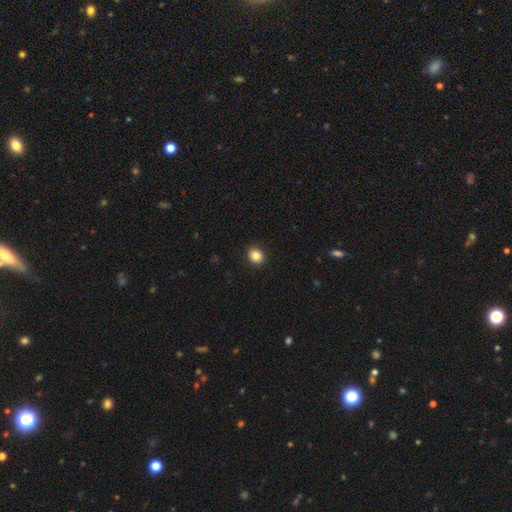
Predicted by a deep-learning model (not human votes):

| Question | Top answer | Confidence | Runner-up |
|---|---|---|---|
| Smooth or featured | smooth | 85% | star or artifact (10%) |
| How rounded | round | 76% | in between (23%) |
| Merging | none | 93% | minor disturbance (5%) |